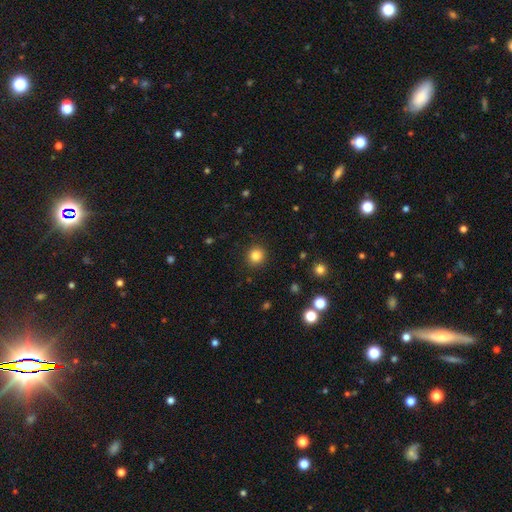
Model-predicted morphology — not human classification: The model was most divided on "smooth or featured": smooth: 83%, star or artifact: 12%, featured or disk: 5%. More confident: how rounded — round (92%); merging — none (91%).